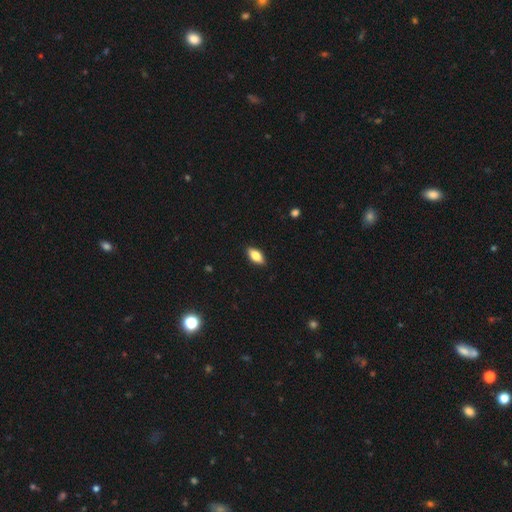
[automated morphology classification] smooth-or-featured: smooth: 73% | featured or disk: 20% | star or artifact: 7%
  how-rounded: in between: 85% | cigar-shaped: 12% | round: 3%
  merging: none: 89% | minor disturbance: 9% | major disturbance: 2% | merger: 1%